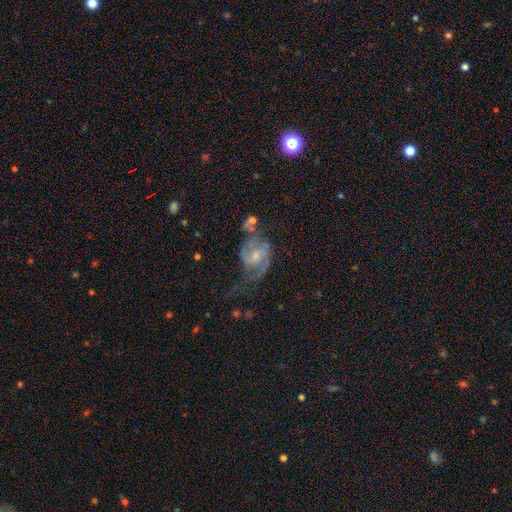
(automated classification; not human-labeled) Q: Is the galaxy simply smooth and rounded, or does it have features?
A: featured or disk — 76%.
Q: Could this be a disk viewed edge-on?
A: no — 97%.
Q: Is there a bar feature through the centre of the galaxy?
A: no — 57%.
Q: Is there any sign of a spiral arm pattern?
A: yes — 86%.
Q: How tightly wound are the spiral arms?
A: medium — 44%.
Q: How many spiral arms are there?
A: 2 — 64%.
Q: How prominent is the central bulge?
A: small — 57%.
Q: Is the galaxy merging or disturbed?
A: major disturbance — 37%.